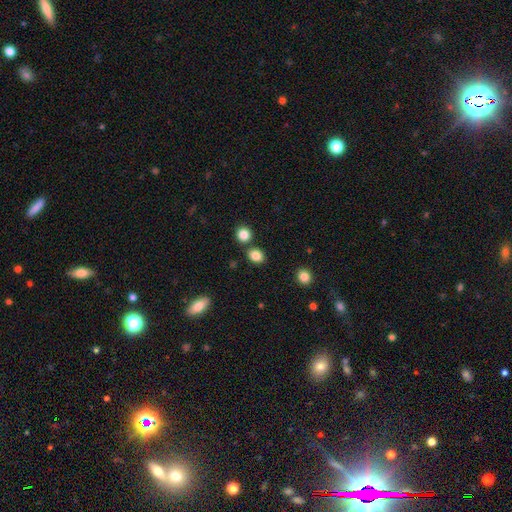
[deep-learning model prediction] Q: Smooth or featured?
A: smooth (85%); runner-up: star or artifact (10%)
Q: How rounded?
A: in between (53%); runner-up: round (46%)
Q: Merging?
A: none (77%); runner-up: merger (11%)